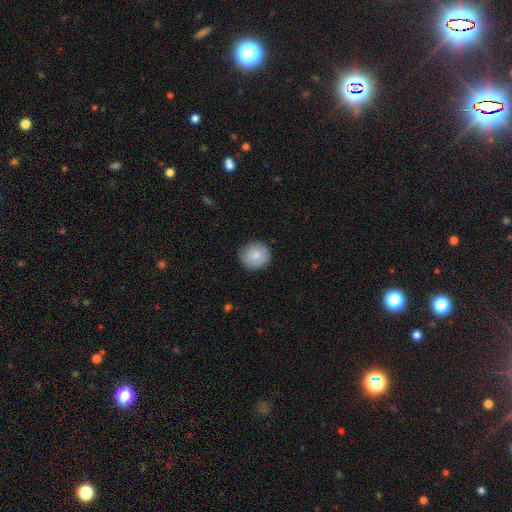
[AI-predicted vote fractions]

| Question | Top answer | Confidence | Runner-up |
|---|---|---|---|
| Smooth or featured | smooth | 82% | featured or disk (11%) |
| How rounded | round | 87% | in between (12%) |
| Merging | none | 82% | minor disturbance (14%) |